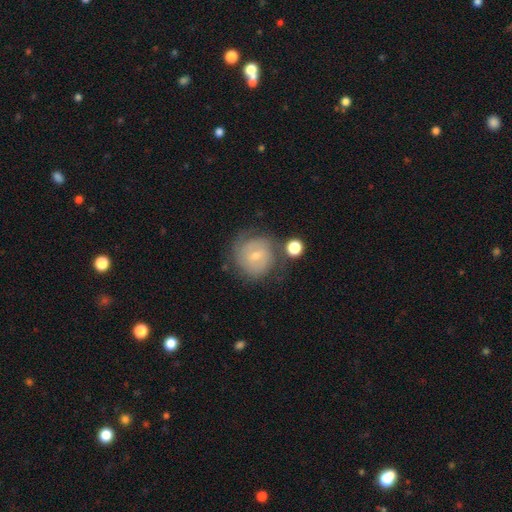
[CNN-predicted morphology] featured or disk 58%, smooth 33%, star or artifact 9%. Down the decision tree: edge-on disk — no (97%); bar — weak (46%); spiral arms — yes (82%); bulge size — small (62%); merging — none (63%).